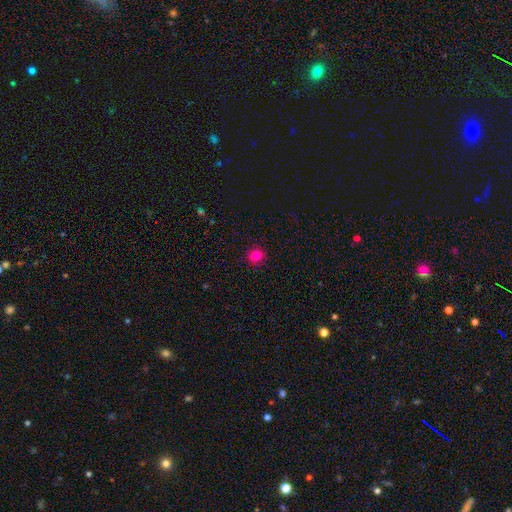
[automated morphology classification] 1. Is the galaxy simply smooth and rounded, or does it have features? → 82% smooth, 13% star or artifact, 5% featured or disk.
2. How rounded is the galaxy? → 85% round, 14% in between, 1% cigar-shaped.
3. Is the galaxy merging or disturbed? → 90% none, 7% minor disturbance, 2% major disturbance, 1% merger.